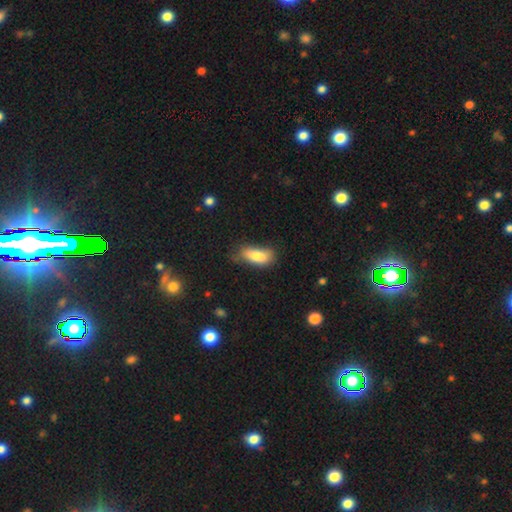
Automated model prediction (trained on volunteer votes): This appears to be a smooth galaxy with no disk features (80%) that is in between round and cigar-shaped (78%). Merging: none (54%).